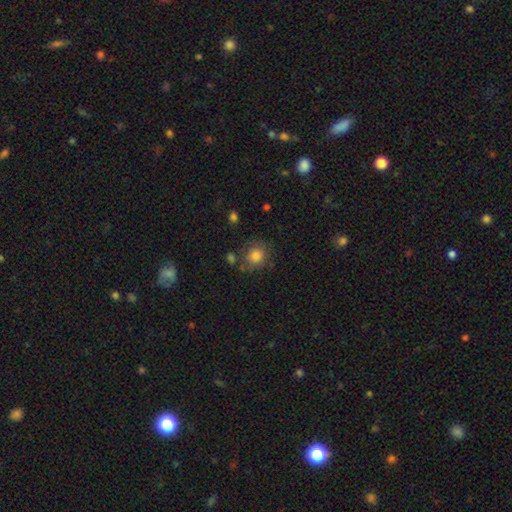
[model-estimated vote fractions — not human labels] smooth 82%, star or artifact 10%, featured or disk 9%. Down the decision tree: how rounded — round (80%); merging — none (71%).